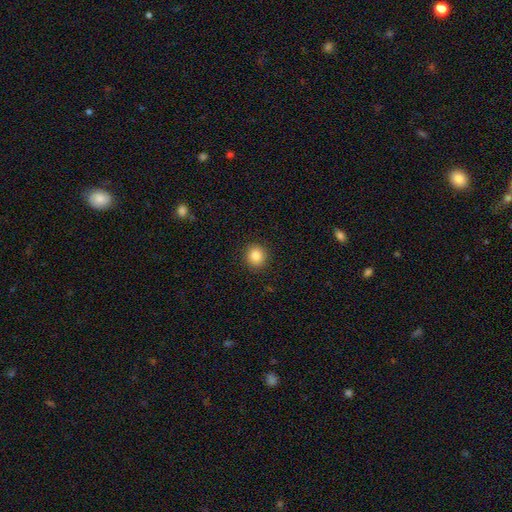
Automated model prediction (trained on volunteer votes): A smooth galaxy with no disk features (86%) that is round (89%).

Vote fractions:
- Smooth or featured? smooth: 86% / star or artifact: 10% / featured or disk: 4%
- How rounded? round: 89% / in between: 10% / cigar-shaped: 1%
- Merging? none: 91% / minor disturbance: 6% / major disturbance: 2% / merger: 1%